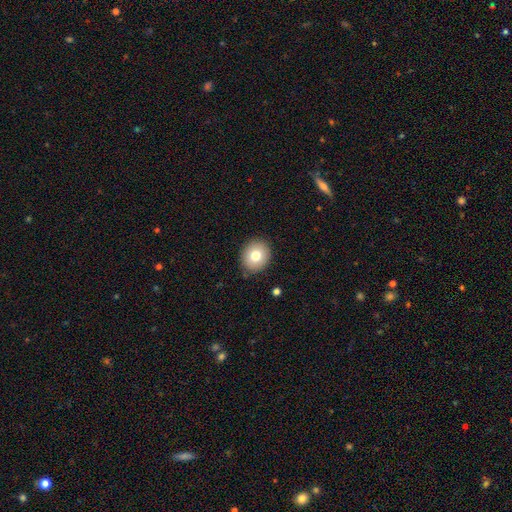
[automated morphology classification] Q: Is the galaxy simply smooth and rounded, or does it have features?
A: smooth — 77%.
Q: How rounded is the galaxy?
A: round — 79%.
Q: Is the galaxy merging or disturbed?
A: none — 88%.